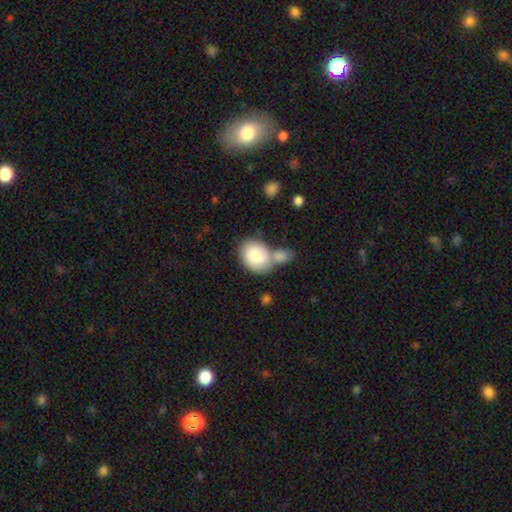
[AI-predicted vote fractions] Smooth or featured?
  - smooth: 80% *
  - featured or disk: 14%
  - star or artifact: 6%
How rounded?
  - in between: 57% *
  - round: 41%
  - cigar-shaped: 1%
Merging?
  - merger: 46% *
  - none: 35%
  - minor disturbance: 13%
  - major disturbance: 5%